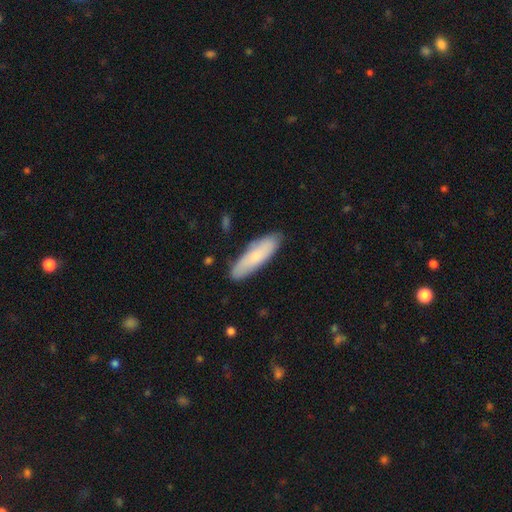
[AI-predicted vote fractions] This is likely a smooth galaxy (71%). How rounded: possibly cigar-shaped (60%). Merging: clearly none (85%).